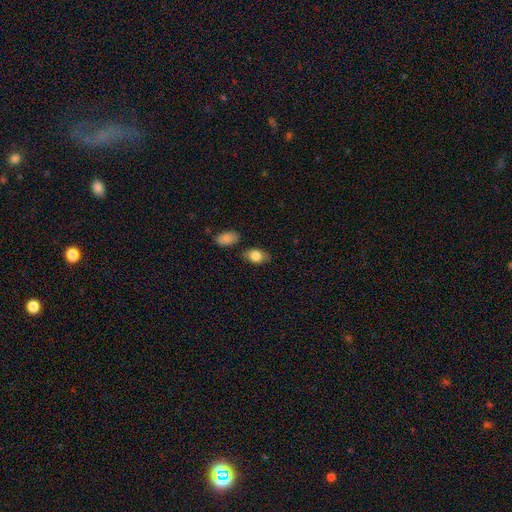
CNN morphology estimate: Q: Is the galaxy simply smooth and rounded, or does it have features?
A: smooth — 81%.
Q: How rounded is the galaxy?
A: in between — 84%.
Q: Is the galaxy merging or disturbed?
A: none — 77%.